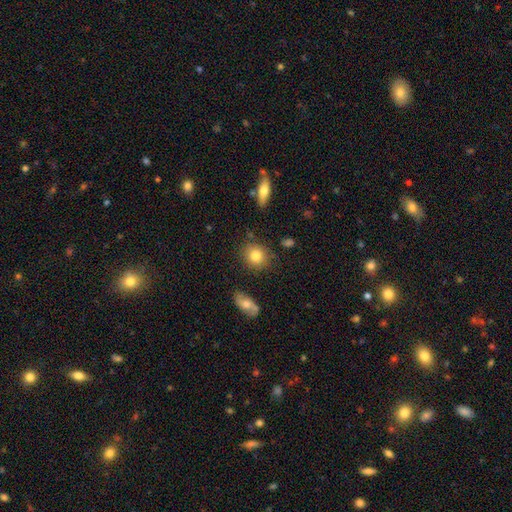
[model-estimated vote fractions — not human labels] This is clearly a smooth galaxy (82%). How rounded: clearly round (81%). Merging: clearly none (83%).